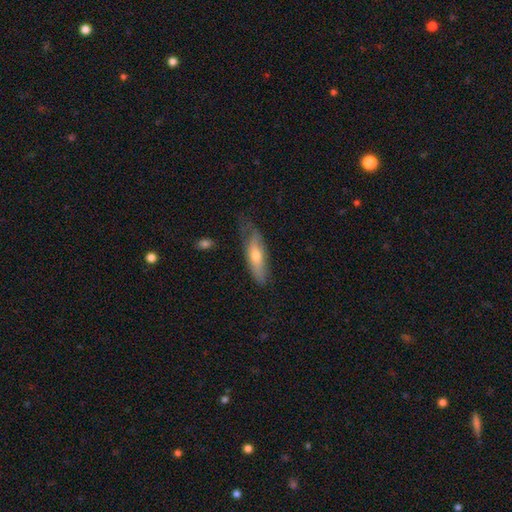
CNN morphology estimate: Q: Smooth or featured?
A: smooth (56%); runner-up: featured or disk (38%)
Q: How rounded?
A: cigar-shaped (57%); runner-up: in between (40%)
Q: Merging?
A: none (54%); runner-up: minor disturbance (32%)